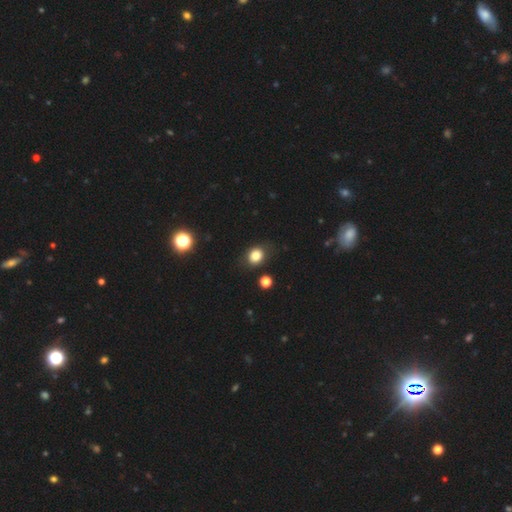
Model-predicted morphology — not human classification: type=smooth (81%); roundness=round (60%); merging=none (81%).